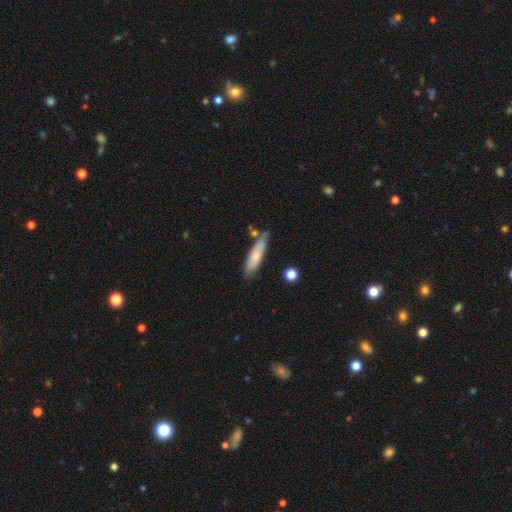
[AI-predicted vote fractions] A smooth galaxy with no disk features (75%) that is cigar-shaped (70%).

Vote fractions:
- Smooth or featured? smooth: 75% / featured or disk: 19% / star or artifact: 6%
- How rounded? cigar-shaped: 70% / in between: 29% / round: 2%
- Merging? none: 68% / minor disturbance: 21% / merger: 7% / major disturbance: 4%